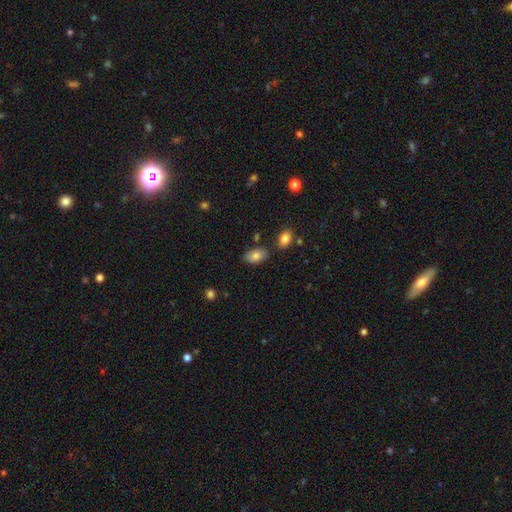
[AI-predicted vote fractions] Q: Smooth or featured?
A: smooth (83%); runner-up: featured or disk (10%)
Q: How rounded?
A: in between (93%); runner-up: round (6%)
Q: Merging?
A: none (77%); runner-up: minor disturbance (14%)